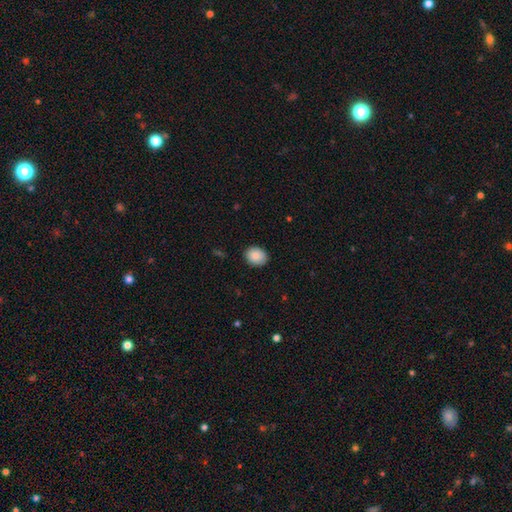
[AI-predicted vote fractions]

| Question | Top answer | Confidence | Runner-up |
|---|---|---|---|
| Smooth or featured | smooth | 87% | star or artifact (8%) |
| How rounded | round | 58% | in between (41%) |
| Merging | none | 87% | minor disturbance (10%) |